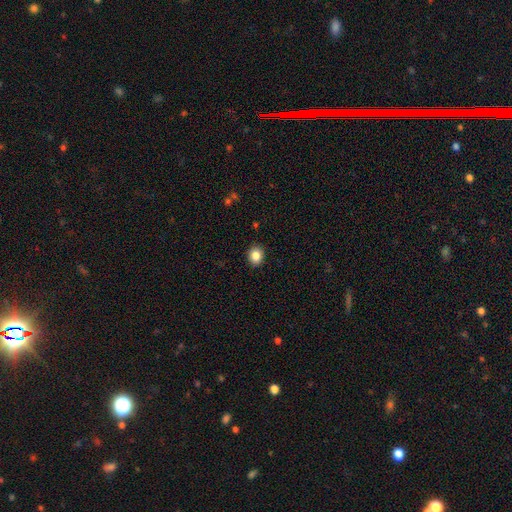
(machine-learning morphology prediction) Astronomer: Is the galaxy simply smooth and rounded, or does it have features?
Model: smooth — 85%.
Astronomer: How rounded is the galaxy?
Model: round — 63%.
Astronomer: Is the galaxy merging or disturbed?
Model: none — 91%.